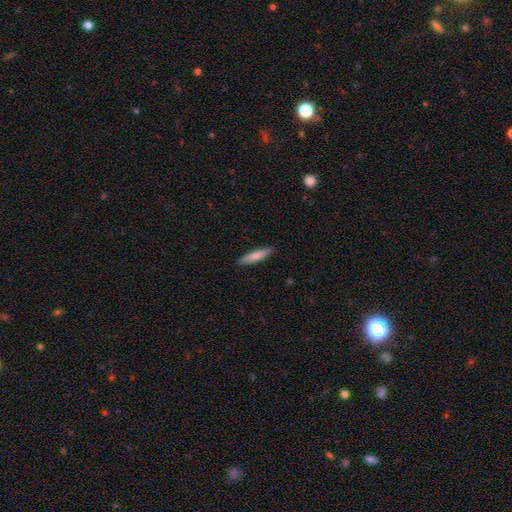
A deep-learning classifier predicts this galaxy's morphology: Smooth or featured? Predicted: smooth (p=0.80). How rounded? Predicted: cigar-shaped (p=0.82). Merging? Predicted: none (p=0.89).